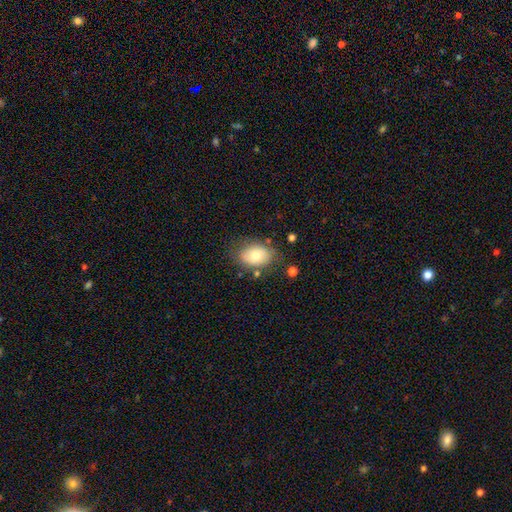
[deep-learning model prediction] Morphology: type=smooth (68%); roundness=in between (77%); merging=none (71%).